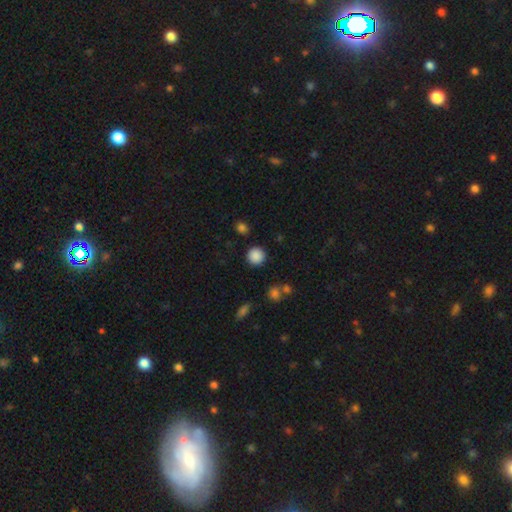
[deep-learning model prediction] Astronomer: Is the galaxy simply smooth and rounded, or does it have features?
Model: smooth — 87%.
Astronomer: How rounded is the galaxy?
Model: round — 94%.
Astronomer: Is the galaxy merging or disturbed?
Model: none — 89%.